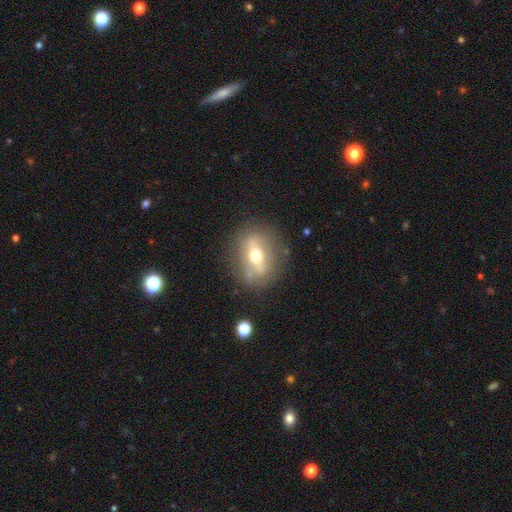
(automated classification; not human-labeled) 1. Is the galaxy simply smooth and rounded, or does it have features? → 57% featured or disk, 34% smooth, 9% star or artifact.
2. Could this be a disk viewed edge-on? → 66% no, 34% yes.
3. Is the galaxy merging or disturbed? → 76% none, 15% minor disturbance, 6% major disturbance, 3% merger.